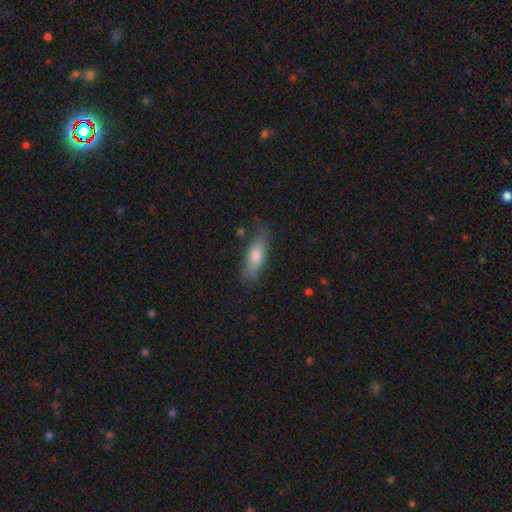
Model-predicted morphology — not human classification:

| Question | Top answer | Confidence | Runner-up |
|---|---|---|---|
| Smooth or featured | smooth | 73% | featured or disk (21%) |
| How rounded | in between | 52% | cigar-shaped (45%) |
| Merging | none | 76% | minor disturbance (18%) |